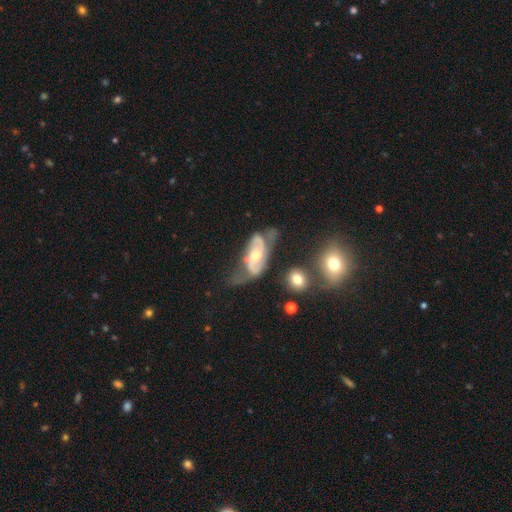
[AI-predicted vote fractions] This appears to be a featured or disk galaxy (76%) with no bar (60%), 2 (77%) medium (42%) spiral arms (85%) and a moderate central bulge (60%). Merging: none (34%).